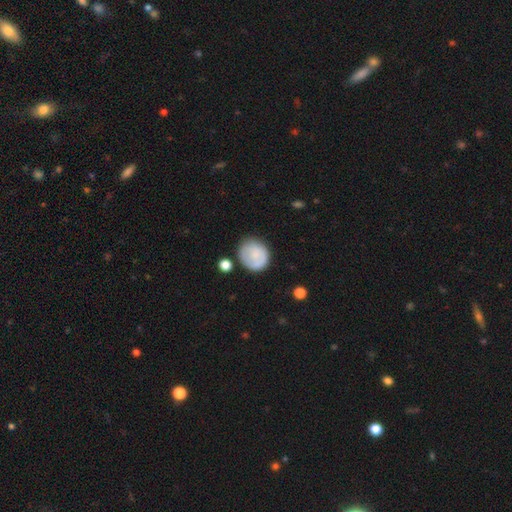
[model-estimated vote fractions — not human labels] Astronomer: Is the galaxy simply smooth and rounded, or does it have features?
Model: smooth — 74%.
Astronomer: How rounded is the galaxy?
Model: round — 80%.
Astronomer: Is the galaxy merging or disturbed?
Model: none — 68%.